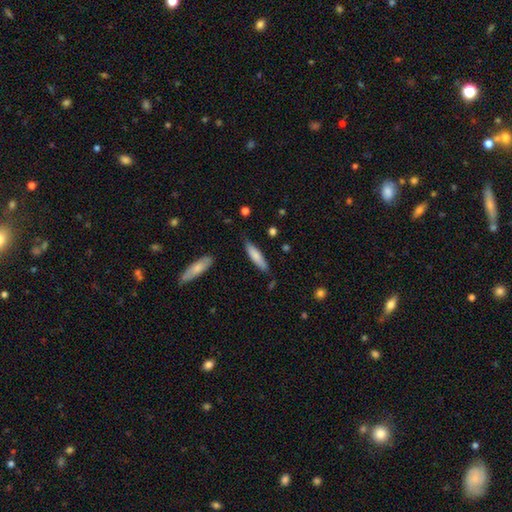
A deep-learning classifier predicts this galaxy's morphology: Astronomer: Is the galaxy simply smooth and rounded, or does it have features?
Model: smooth — 78%.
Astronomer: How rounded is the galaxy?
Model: cigar-shaped — 74%.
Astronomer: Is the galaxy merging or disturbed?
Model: none — 81%.